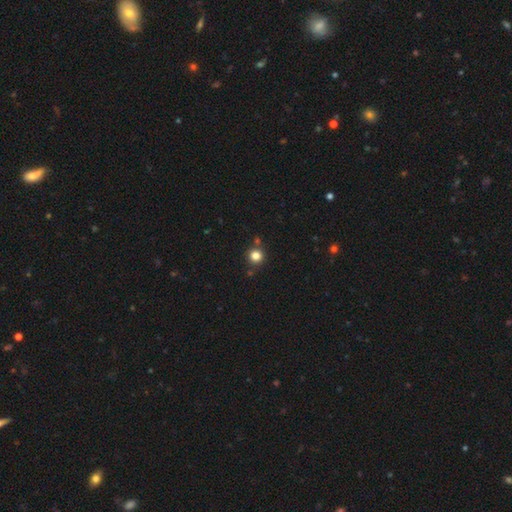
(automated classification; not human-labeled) Morphology: type=smooth (82%); roundness=round (94%); merging=none (82%).